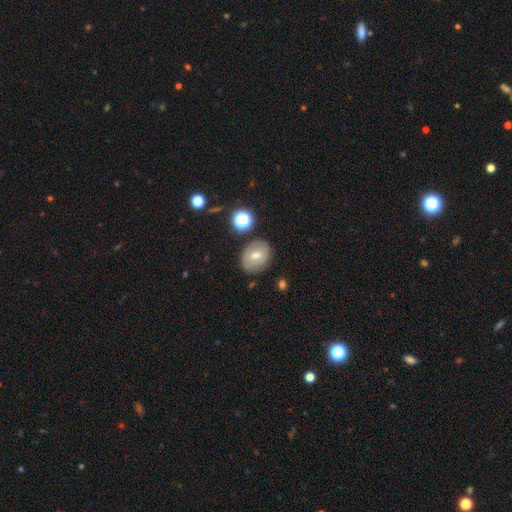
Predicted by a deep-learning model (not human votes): smooth 53%, featured or disk 30%, star or artifact 16%. Down the decision tree: how rounded — round (55%); merging — none (82%).